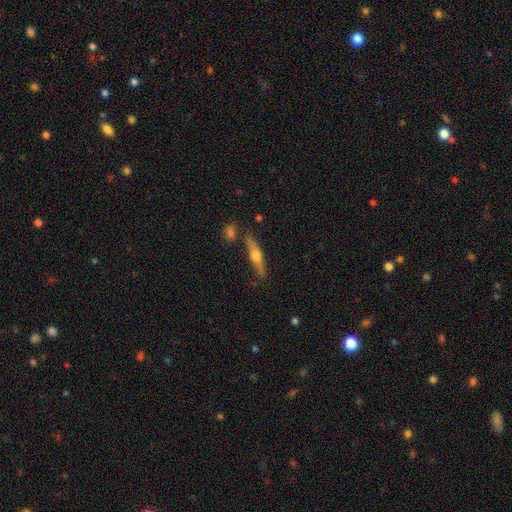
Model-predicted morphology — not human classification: type=featured or disk (59%); edge-on=yes (94%); edge-on bulge=rounded (93%); merging=none (81%).